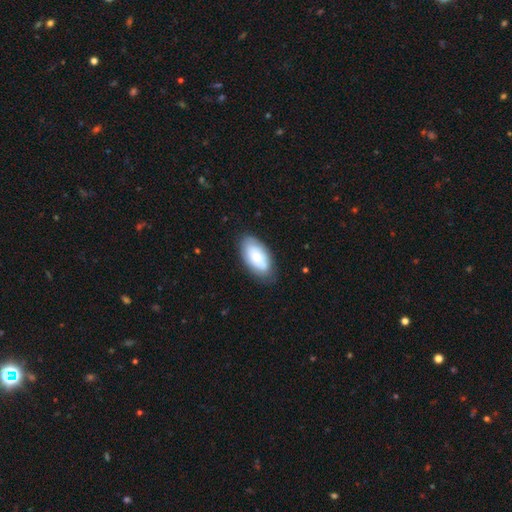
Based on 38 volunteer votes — A smooth galaxy with no disk features (61%) that is in between round and cigar-shaped (96%).

Vote fractions:
- Smooth or featured? smooth: 61% / featured or disk: 37% / star or artifact: 3%
- How rounded? in between: 96% / round: 4% / cigar-shaped: 0%
- Merging? none: 73% / minor disturbance: 14% / major disturbance: 11% / merger: 3%